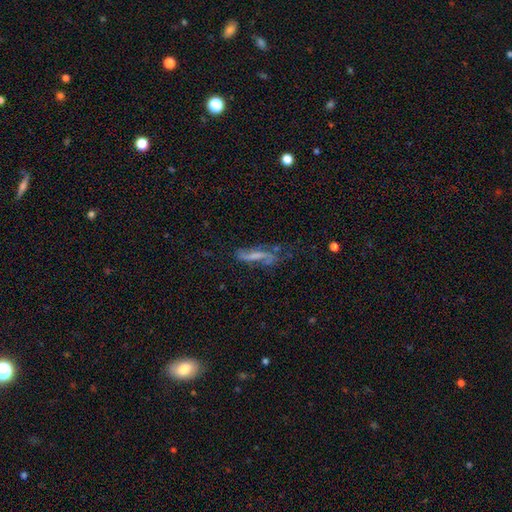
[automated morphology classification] featured or disk 57%, smooth 31%, star or artifact 12%. Down the decision tree: edge-on disk — no (69%); merging — none (41%).